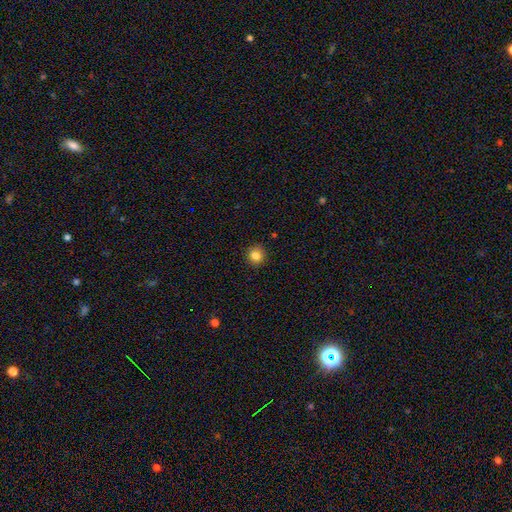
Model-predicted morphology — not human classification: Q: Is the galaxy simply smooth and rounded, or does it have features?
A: smooth — 83%.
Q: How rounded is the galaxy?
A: round — 90%.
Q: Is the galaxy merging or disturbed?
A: none — 91%.